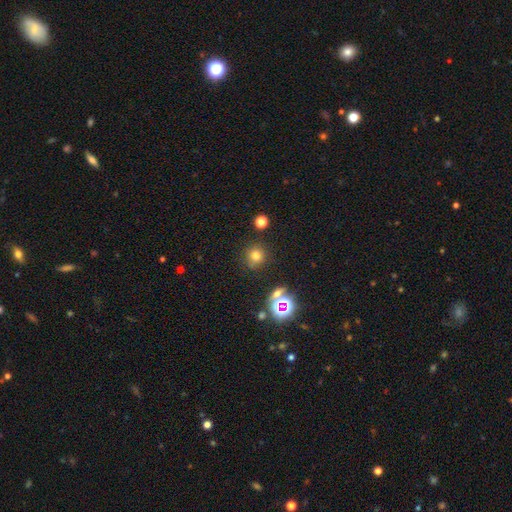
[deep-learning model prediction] Smooth or featured? smooth (70%)
How rounded? round (92%)
Merging? none (84%)